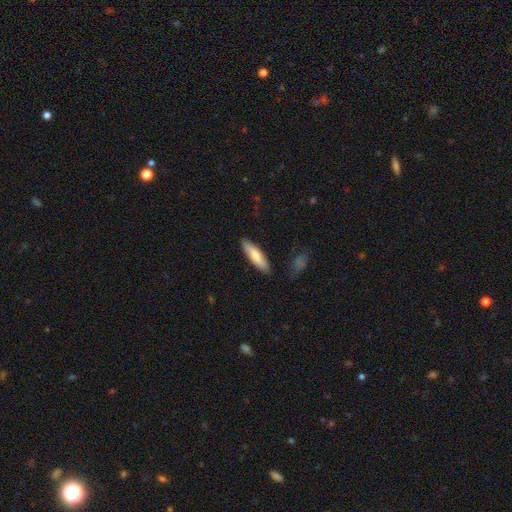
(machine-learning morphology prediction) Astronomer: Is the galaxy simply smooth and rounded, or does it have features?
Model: smooth — 74%.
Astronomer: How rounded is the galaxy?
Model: cigar-shaped — 62%.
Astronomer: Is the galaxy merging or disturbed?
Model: none — 86%.